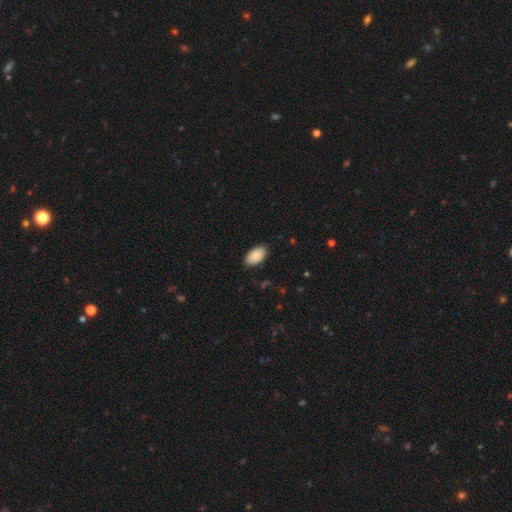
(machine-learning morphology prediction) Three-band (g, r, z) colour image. It shows a smooth galaxy with no disk features (89%) that is in between round and cigar-shaped (95%). Merging: none (86%).